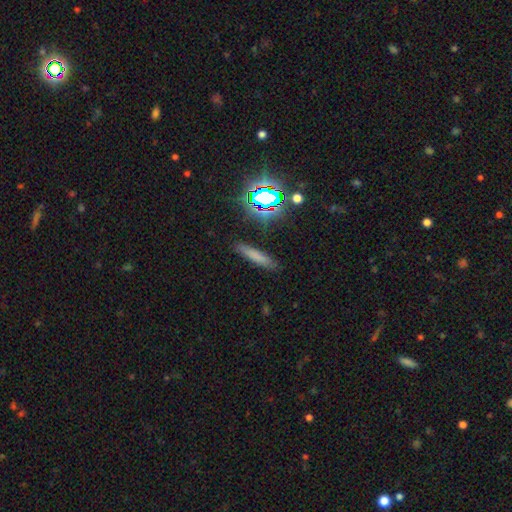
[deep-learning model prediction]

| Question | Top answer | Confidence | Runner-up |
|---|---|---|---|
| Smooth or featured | smooth | 67% | star or artifact (18%) |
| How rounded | cigar-shaped | 84% | in between (13%) |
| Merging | none | 84% | minor disturbance (11%) |